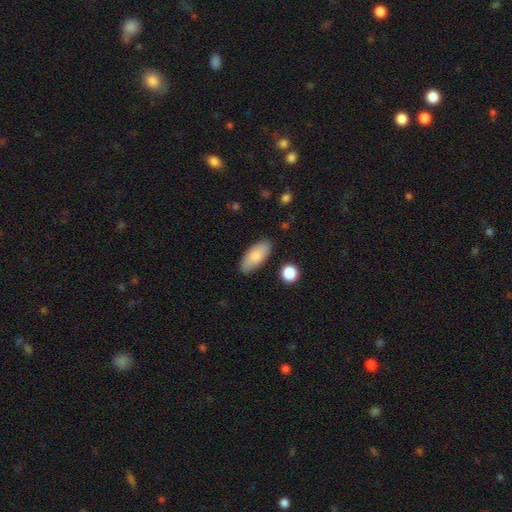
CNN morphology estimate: A smooth galaxy with no disk features (82%) that is in between round and cigar-shaped (88%). Merging: none (83%).